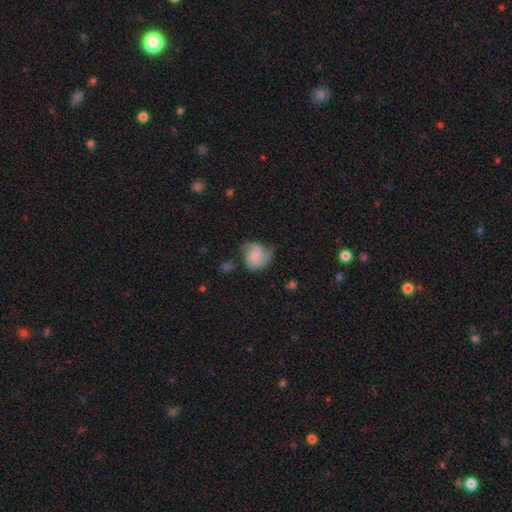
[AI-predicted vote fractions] Smooth or featured?
  - featured or disk: 58% *
  - smooth: 35%
  - star or artifact: 7%
Edge-on disk?
  - no: 98% *
  - yes: 2%
Bar?
  - no: 63% *
  - weak: 32%
  - strong: 5%
Spiral arms?
  - yes: 90% *
  - no: 10%
Spiral winding?
  - medium: 46% *
  - tight: 28%
  - loose: 26%
Spiral arm count?
  - 2: 60% *
  - 1: 16%
  - can't tell: 12%
  - 3: 9%
  - 4: 2%
  - more than 4: 2%
Bulge size?
  - small: 32% *
  - moderate: 30%
  - none: 27%
  - large: 8%
  - dominant: 2%
Merging?
  - none: 49% *
  - minor disturbance: 29%
  - major disturbance: 19%
  - merger: 4%